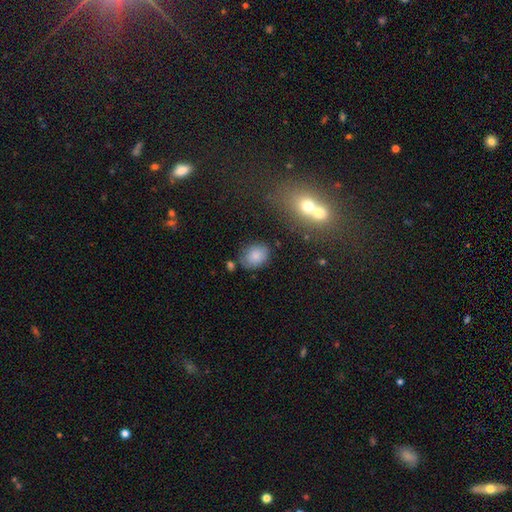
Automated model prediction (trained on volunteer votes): The model was most divided on "how rounded": in between: 60%, round: 39%, cigar-shaped: 1%. More confident: smooth or featured — smooth (81%); merging — none (72%).